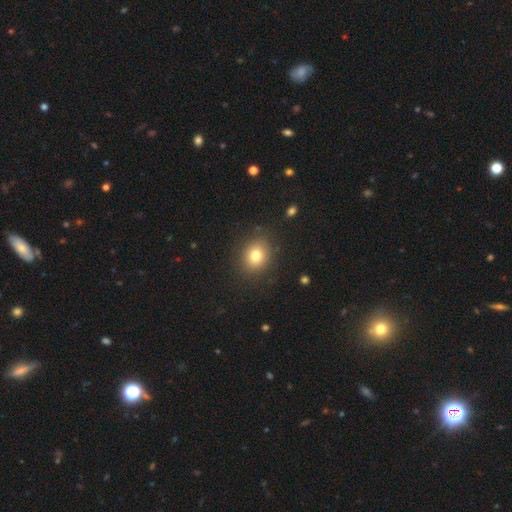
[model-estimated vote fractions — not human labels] Morphology: type=smooth (79%); roundness=round (65%); merging=none (86%).